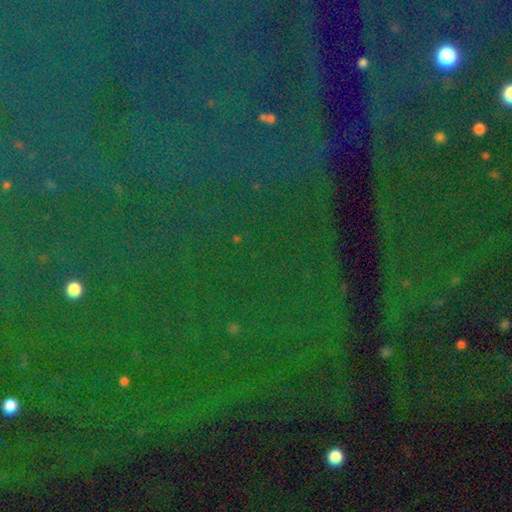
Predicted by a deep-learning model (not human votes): Smooth or featured? Predicted: star or artifact (p=0.85).